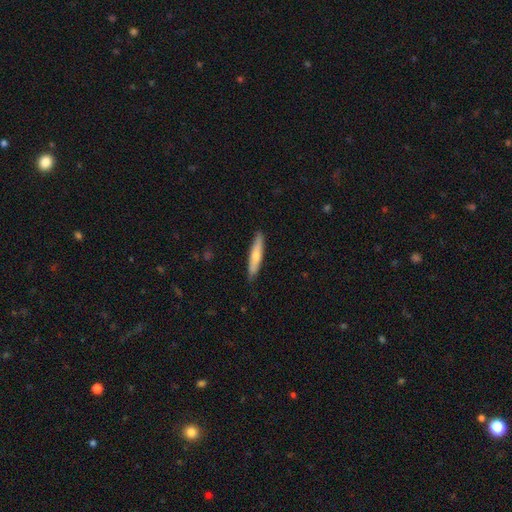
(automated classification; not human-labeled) Overall: smooth (66%; featured or disk 29%). How rounded: cigar-shaped (88%). Merging: none (87%).